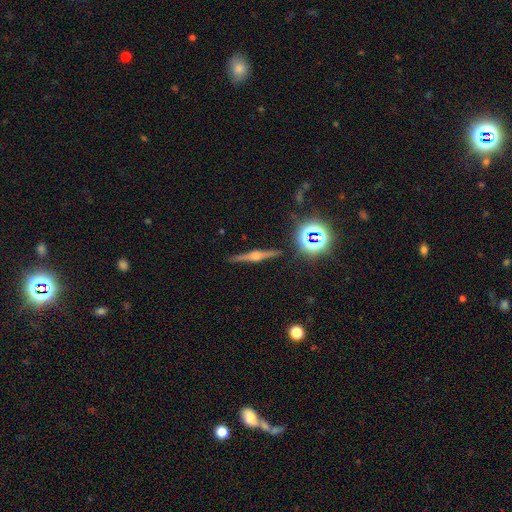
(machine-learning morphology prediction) Smooth or featured? Predicted: featured or disk (p=0.75). Edge-on disk? Predicted: yes (p=0.98). Edge-on bulge? Predicted: rounded (p=0.86). Merging? Predicted: none (p=0.90).